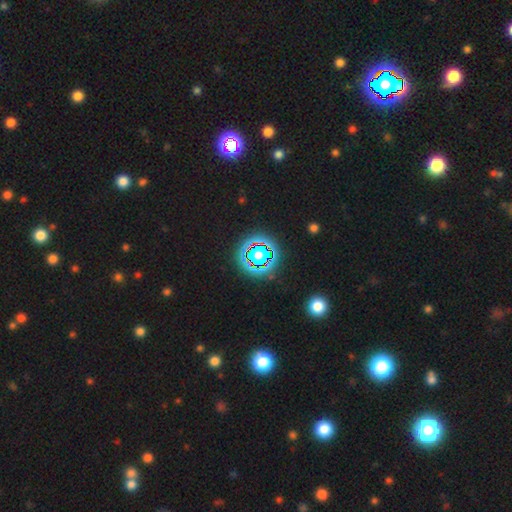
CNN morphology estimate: The model was most divided on "smooth or featured": star or artifact: 79%, smooth: 13%, featured or disk: 8%.